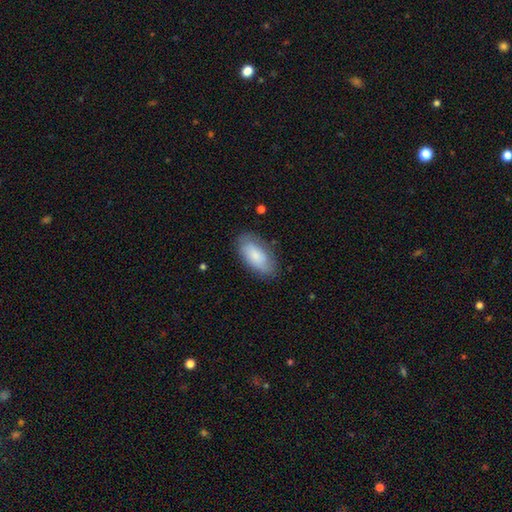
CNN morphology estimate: smooth-or-featured: smooth: 74% | featured or disk: 19% | star or artifact: 7%
  how-rounded: in between: 91% | cigar-shaped: 6% | round: 3%
  merging: none: 78% | minor disturbance: 16% | major disturbance: 4% | merger: 1%